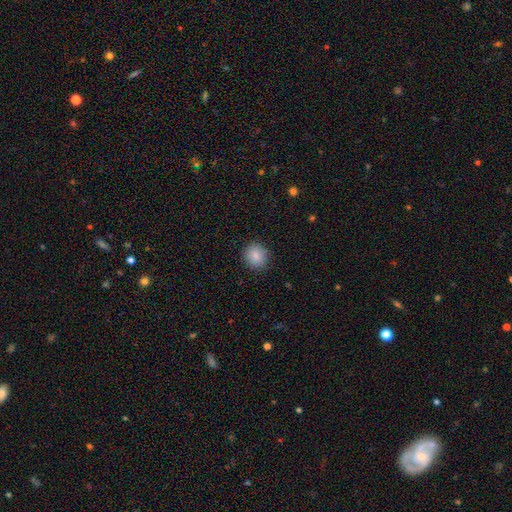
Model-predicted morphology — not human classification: Q: Smooth or featured?
A: smooth (86%); runner-up: star or artifact (9%)
Q: How rounded?
A: round (85%); runner-up: in between (14%)
Q: Merging?
A: none (88%); runner-up: minor disturbance (8%)